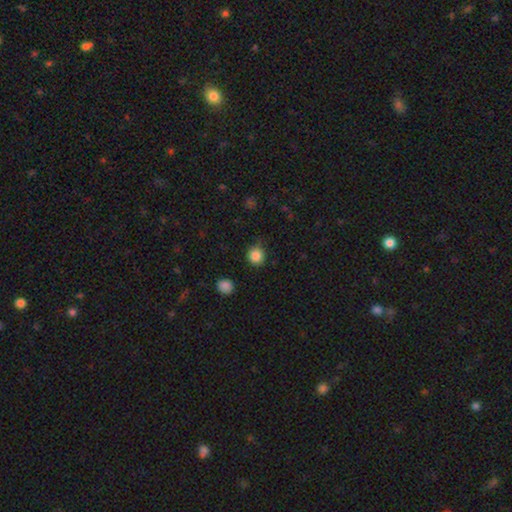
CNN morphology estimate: This is clearly a smooth galaxy (85%). How rounded: clearly round (91%). Merging: clearly none (82%).